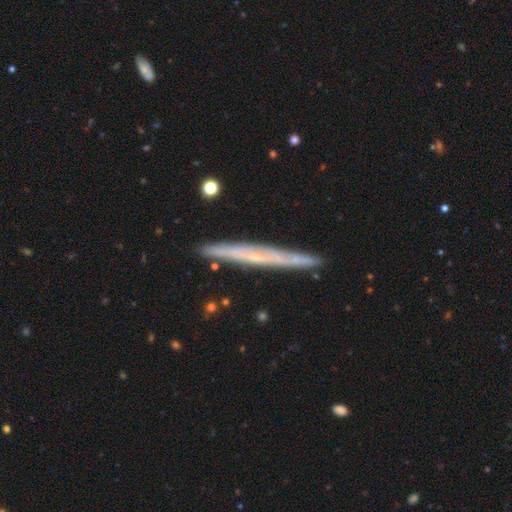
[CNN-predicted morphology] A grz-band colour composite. It shows a featured or disk galaxy (68%) viewed edge-on (93%) with no central bulge (70%). Merging: none (87%).